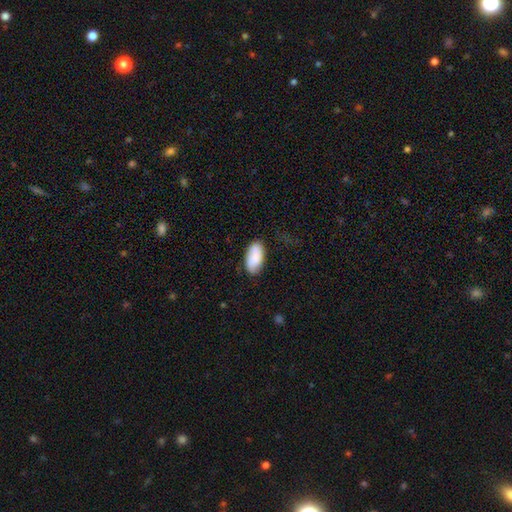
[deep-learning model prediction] smooth_or_featured: smooth (p=0.83) [alt: featured or disk p=0.11]
how_rounded: in between (p=0.93) [alt: cigar-shaped p=0.04]
merging: none (p=0.77) [alt: minor disturbance p=0.18]